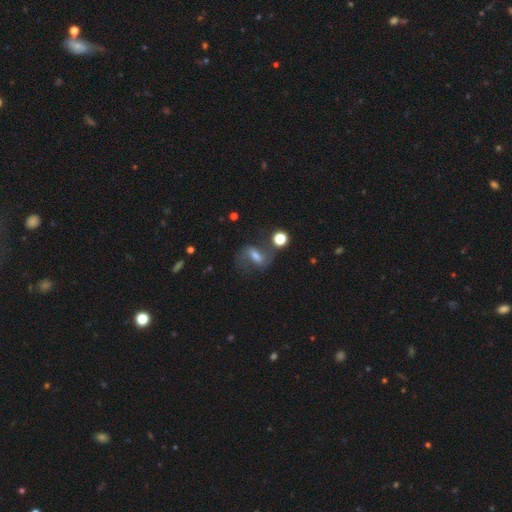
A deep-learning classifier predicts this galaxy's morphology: The model was most divided on "smooth or featured": featured or disk: 53%, smooth: 34%, star or artifact: 13%. More confident: edge-on disk — no (91%); merging — none (54%).